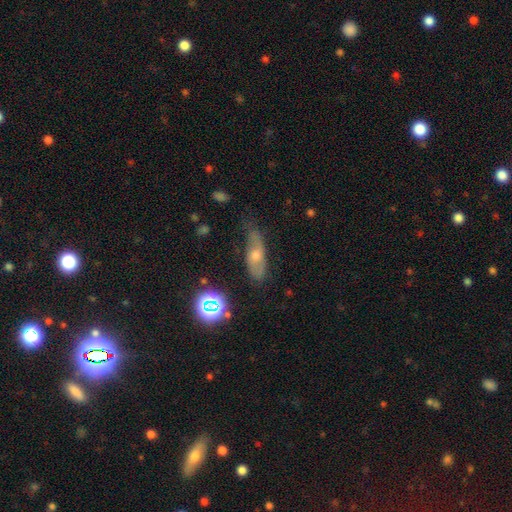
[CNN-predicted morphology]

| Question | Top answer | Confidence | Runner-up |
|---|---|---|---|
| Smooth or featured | featured or disk | 44% | smooth (41%) |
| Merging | none | 57% | minor disturbance (30%) |